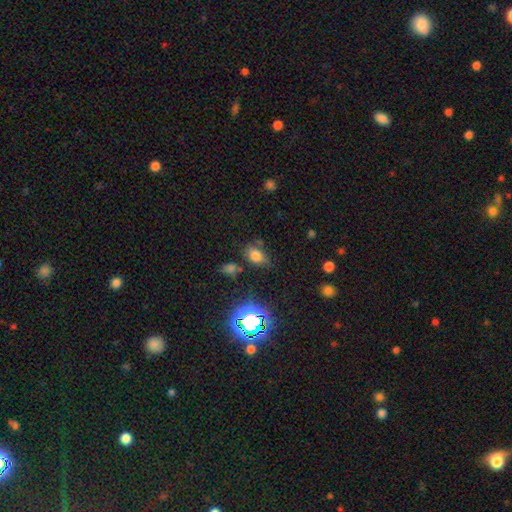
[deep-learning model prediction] Smooth or featured: smooth — 70% (star or artifact — 21%)
How rounded: in between — 75% (round — 23%)
Merging: none — 62% (minor disturbance — 23%)